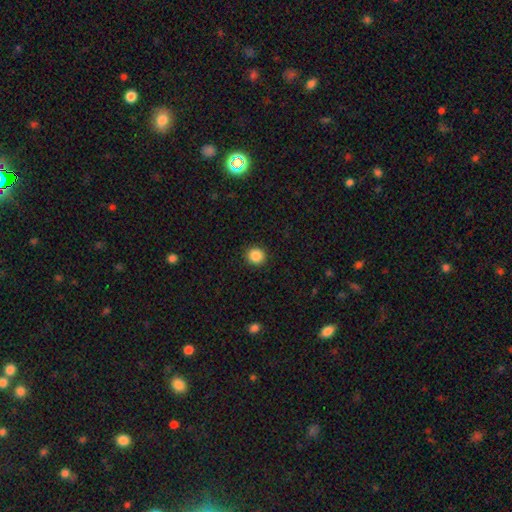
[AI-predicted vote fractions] A smooth galaxy with no disk features (87%) that is round (92%). Merging: none (92%).